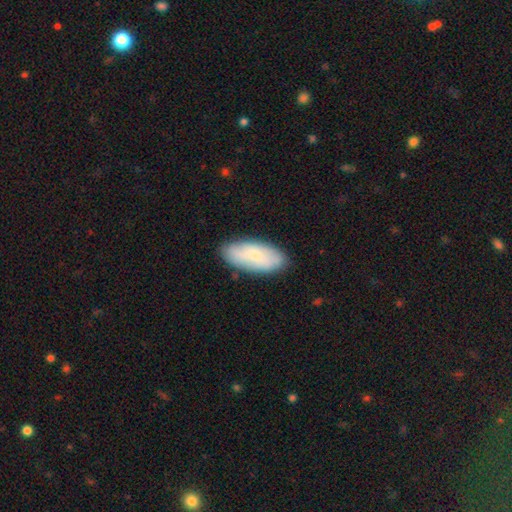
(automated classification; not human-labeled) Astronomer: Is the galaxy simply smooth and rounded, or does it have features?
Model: smooth — 68%.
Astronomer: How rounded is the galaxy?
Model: in between — 87%.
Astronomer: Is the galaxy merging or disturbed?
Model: none — 82%.